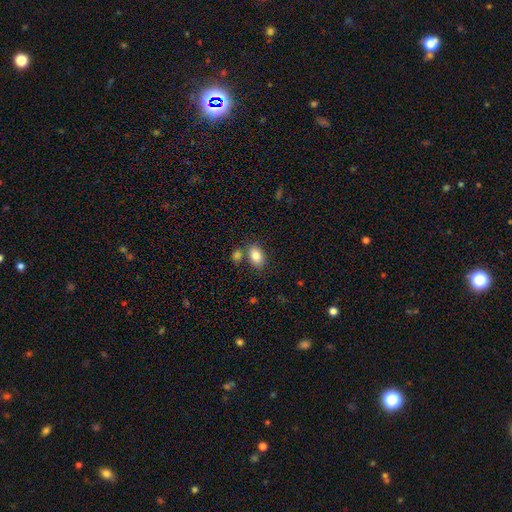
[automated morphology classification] A smooth galaxy with no disk features (85%) that is in between round and cigar-shaped (89%).

Vote fractions:
- Smooth or featured? smooth: 85% / star or artifact: 8% / featured or disk: 7%
- How rounded? in between: 89% / round: 10% / cigar-shaped: 2%
- Merging? none: 69% / merger: 16% / minor disturbance: 12% / major disturbance: 3%